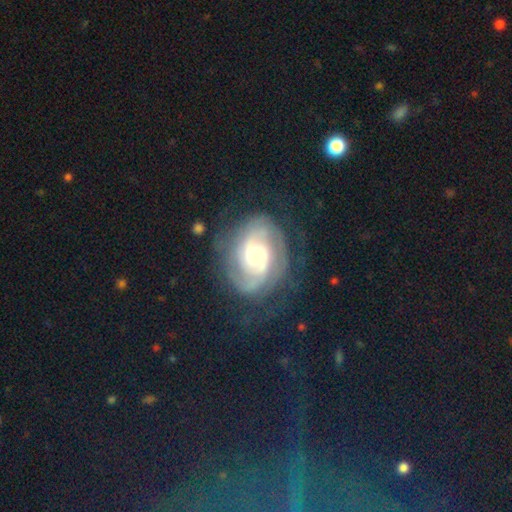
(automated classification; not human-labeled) featured or disk 85%, smooth 9%, star or artifact 6%. Down the decision tree: edge-on disk — no (97%); bar — no (56%); spiral arms — yes (96%); spiral arm count — 2 (70%); spiral winding — tight (50%); bulge size — moderate (53%); merging — none (70%).